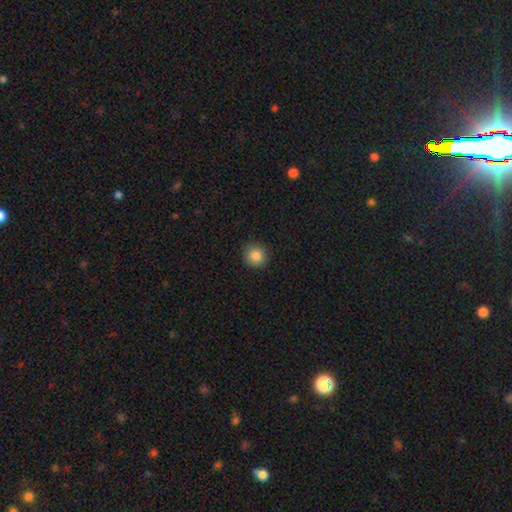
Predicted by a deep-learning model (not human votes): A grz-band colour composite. It shows a smooth galaxy with no disk features (86%) that is round (93%). Merging: none (89%).